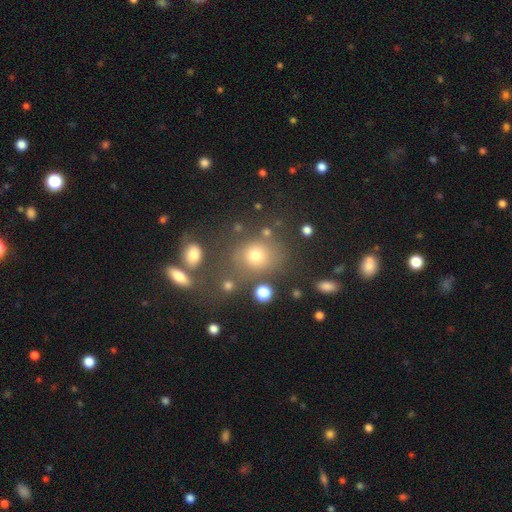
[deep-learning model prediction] smooth_or_featured: smooth (p=0.70) [alt: star or artifact p=0.18]
how_rounded: round (p=0.70) [alt: in between p=0.29]
merging: none (p=0.69) [alt: minor disturbance p=0.14]